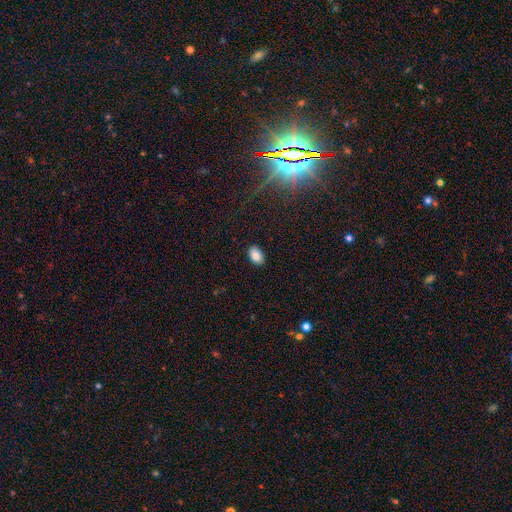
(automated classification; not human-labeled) The model was most divided on "smooth or featured": smooth: 86%, star or artifact: 9%, featured or disk: 5%. More confident: how rounded — in between (89%); merging — none (88%).